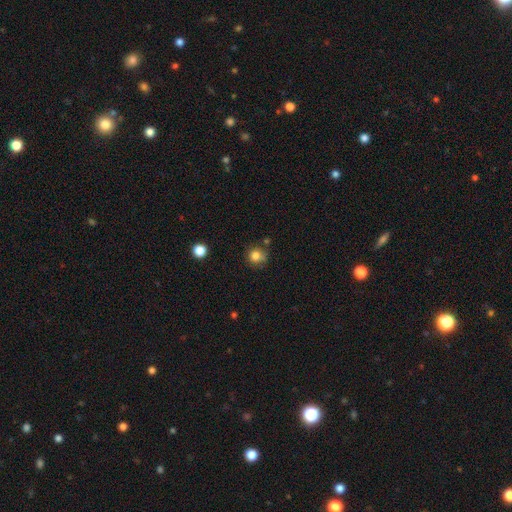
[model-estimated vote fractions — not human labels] A smooth galaxy with no disk features (82%) that is round (90%).

Vote fractions:
- Smooth or featured? smooth: 82% / star or artifact: 12% / featured or disk: 6%
- How rounded? round: 90% / in between: 9% / cigar-shaped: 1%
- Merging? none: 75% / minor disturbance: 16% / merger: 6% / major disturbance: 4%